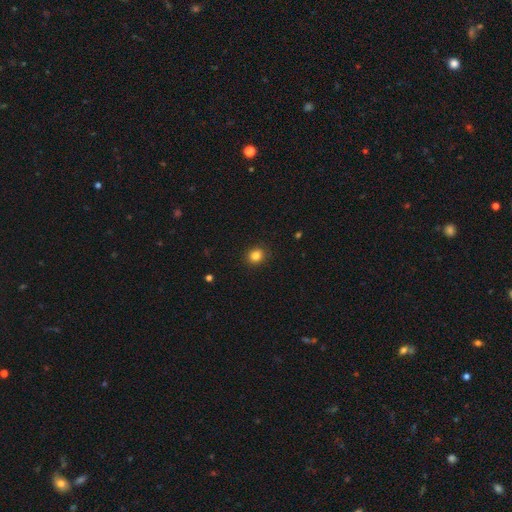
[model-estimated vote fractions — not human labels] Smooth or featured? smooth (84%)
How rounded? round (75%)
Merging? none (90%)